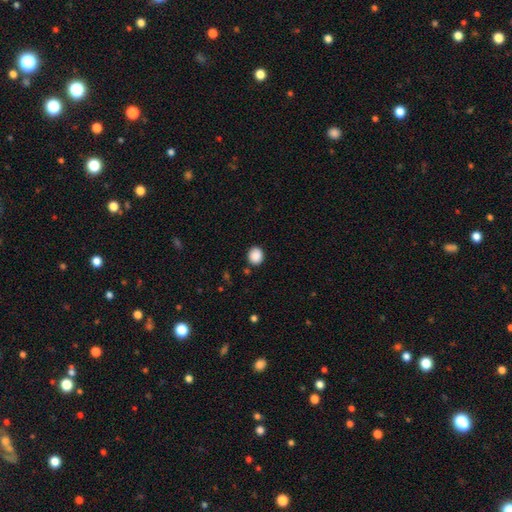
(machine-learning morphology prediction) Smooth or featured? smooth (89%)
How rounded? round (80%)
Merging? none (89%)